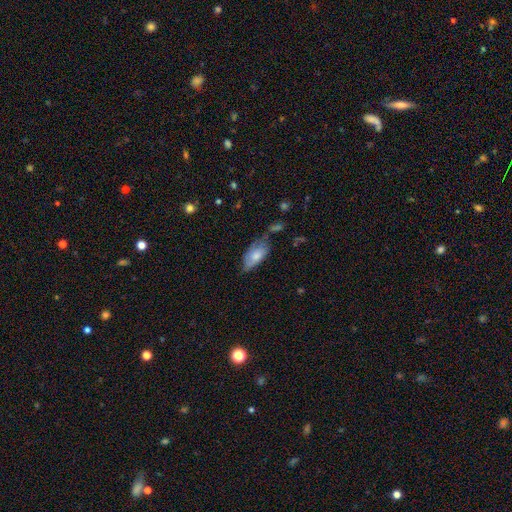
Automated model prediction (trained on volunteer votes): This is likely a smooth galaxy (68%). How rounded: clearly in between (89%). Merging: possibly none (47%).